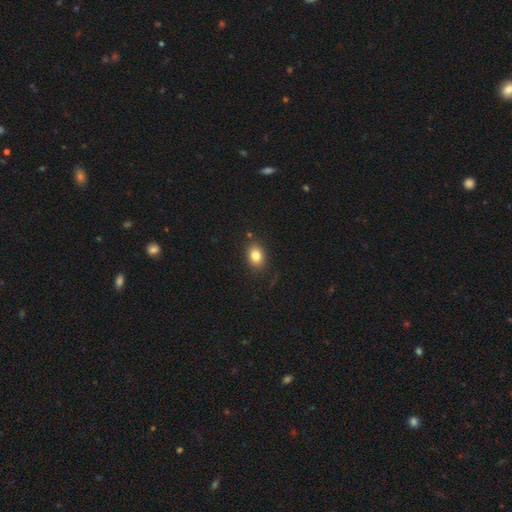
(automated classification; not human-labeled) This is clearly a smooth galaxy (82%). How rounded: likely in between (72%). Merging: clearly none (84%).